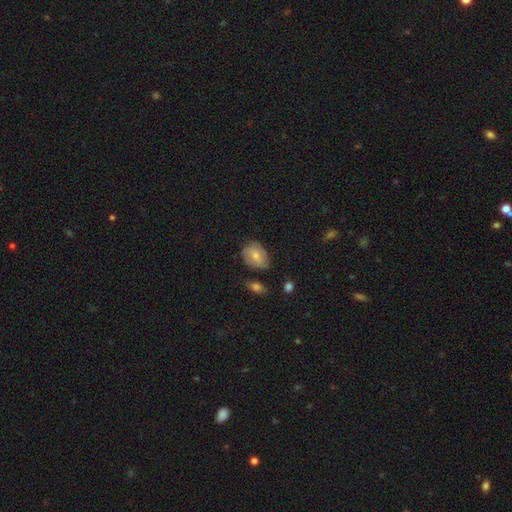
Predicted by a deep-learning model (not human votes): Overall: smooth (62%; featured or disk 30%). How rounded: in between (67%; round 31%). Merging: none (61%; minor disturbance 28%).